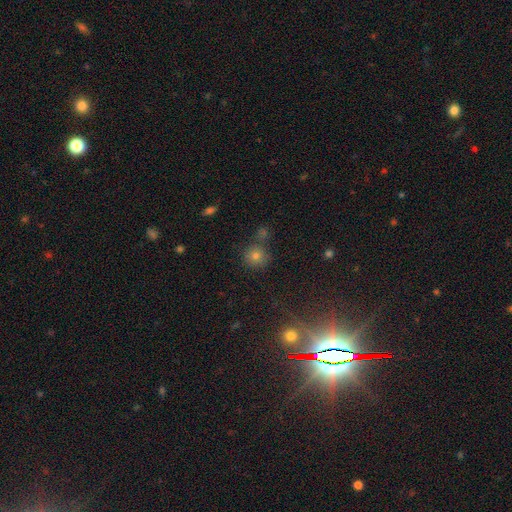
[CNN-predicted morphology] This is likely a smooth galaxy (65%). How rounded: clearly round (91%). Merging: likely none (77%).